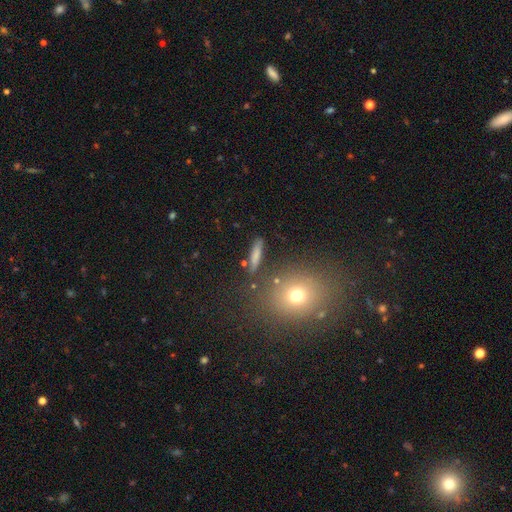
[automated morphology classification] A smooth galaxy with no disk features (73%) that is cigar-shaped (79%). Merging: none (82%).